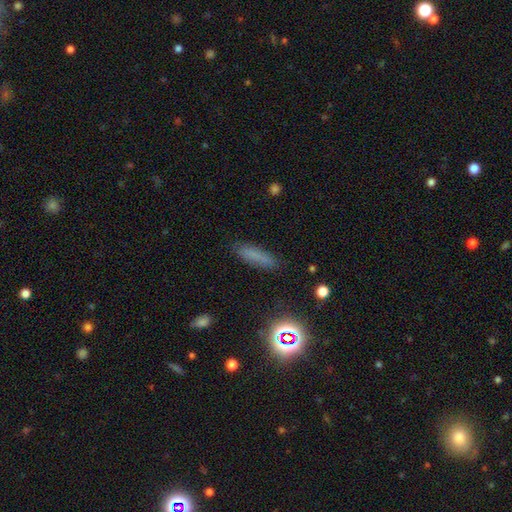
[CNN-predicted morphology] A smooth galaxy with no disk features (71%) that is cigar-shaped (71%). Merging: none (83%).